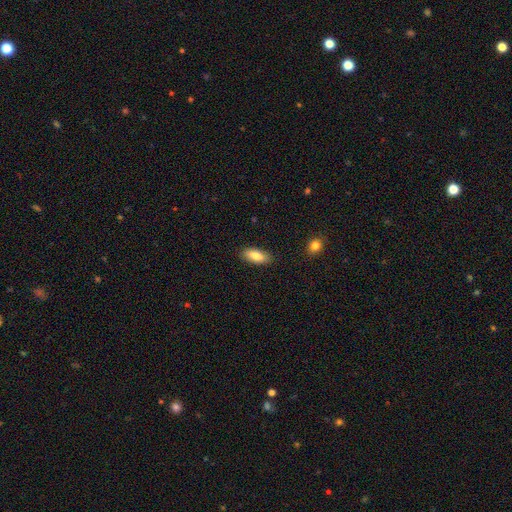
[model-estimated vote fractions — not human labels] Smooth or featured? smooth (85%)
How rounded? in between (81%)
Merging? none (87%)